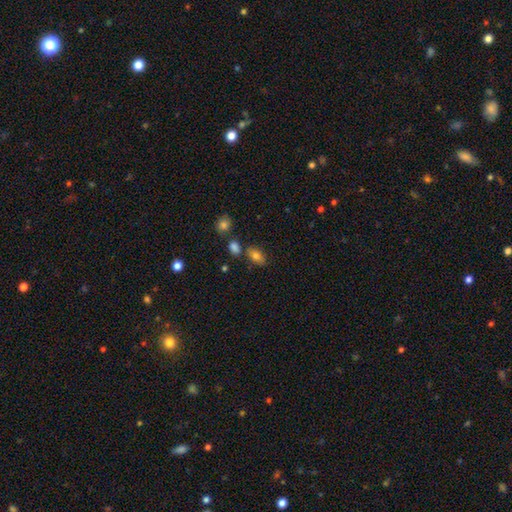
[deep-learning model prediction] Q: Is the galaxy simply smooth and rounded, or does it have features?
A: smooth — 79%.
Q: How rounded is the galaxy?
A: in between — 86%.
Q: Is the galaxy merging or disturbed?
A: none — 70%.